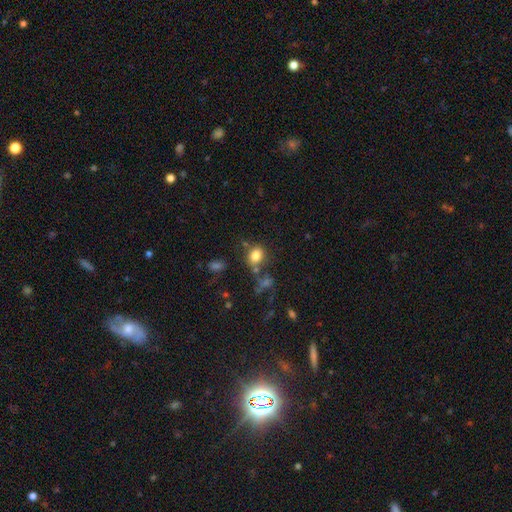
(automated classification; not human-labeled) This is clearly a smooth galaxy (81%). How rounded: possibly round (50%). Merging: likely none (64%).